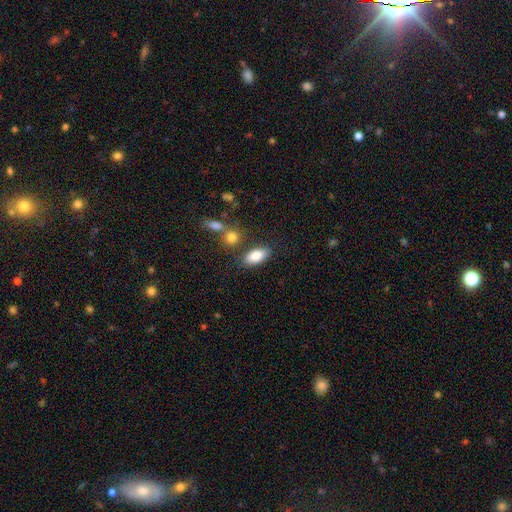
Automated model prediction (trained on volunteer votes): Smooth or featured: smooth — 85% (featured or disk — 8%)
How rounded: in between — 89% (cigar-shaped — 7%)
Merging: none — 75% (minor disturbance — 12%)